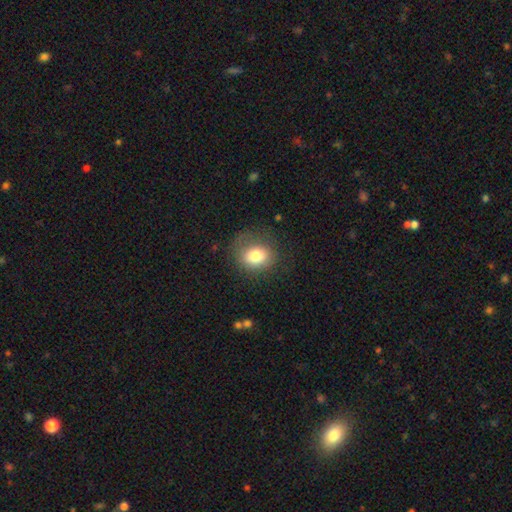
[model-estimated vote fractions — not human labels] This appears to be a smooth galaxy with no disk features (78%) that is round (60%). Merging: none (67%).